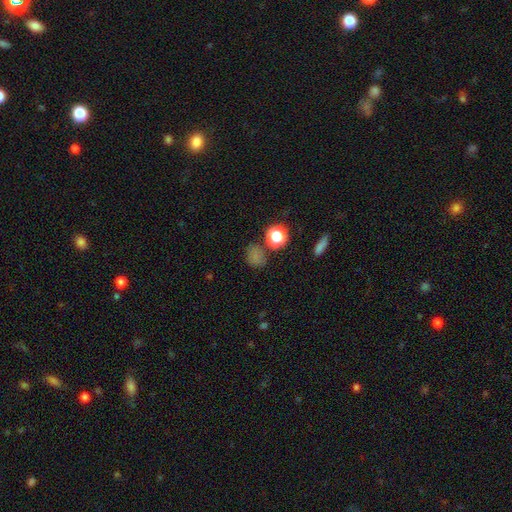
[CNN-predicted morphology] smooth-or-featured: smooth: 70% | star or artifact: 25% | featured or disk: 6%
  how-rounded: round: 65% | in between: 33% | cigar-shaped: 1%
  merging: none: 72% | minor disturbance: 15% | merger: 7% | major disturbance: 5%